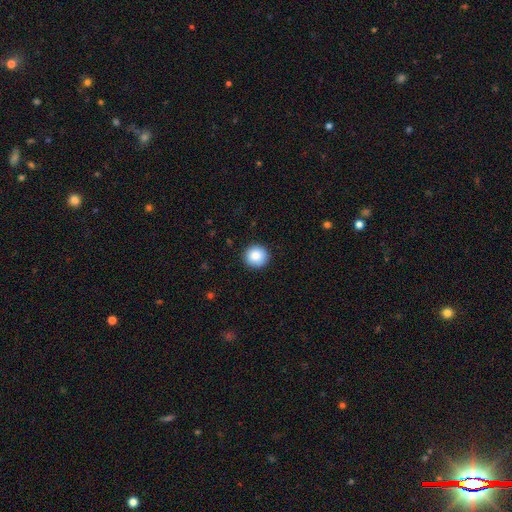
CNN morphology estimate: Smooth or featured? smooth (87%)
How rounded? round (95%)
Merging? none (91%)